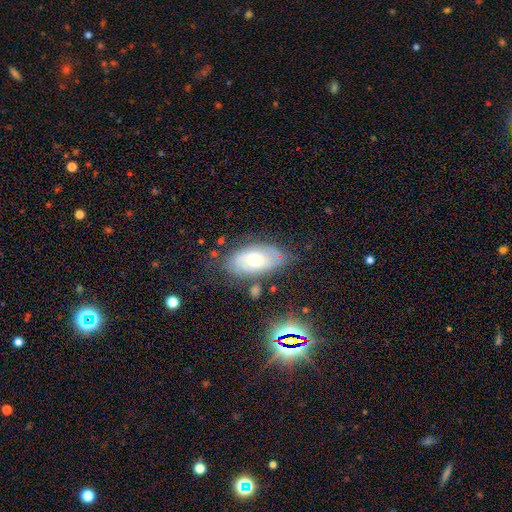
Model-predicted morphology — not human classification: This is possibly a featured or disk galaxy (49%). Merging: likely none (67%).